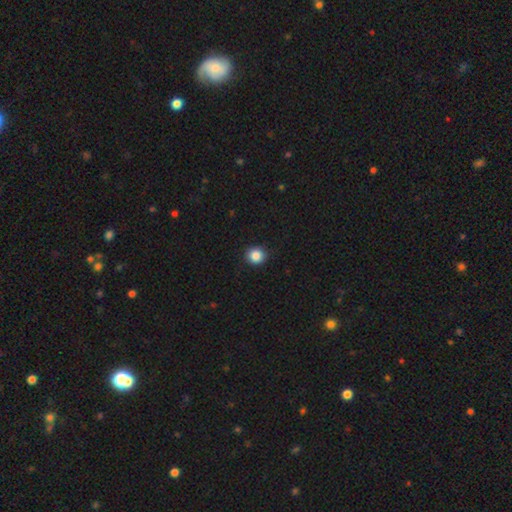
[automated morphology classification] type=smooth (87%); roundness=round (90%); merging=none (91%).